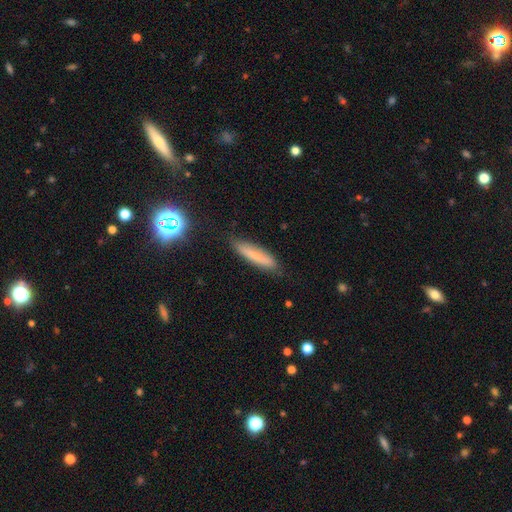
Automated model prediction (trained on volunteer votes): Smooth or featured: smooth — 76% (featured or disk — 15%)
How rounded: cigar-shaped — 85% (in between — 13%)
Merging: none — 83% (minor disturbance — 13%)